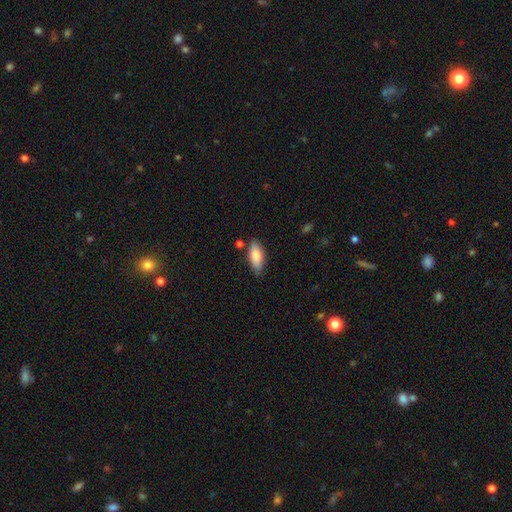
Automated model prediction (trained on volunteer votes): The model was most divided on "how rounded": in between: 76%, cigar-shaped: 22%, round: 2%. More confident: smooth or featured — smooth (82%); merging — none (76%).